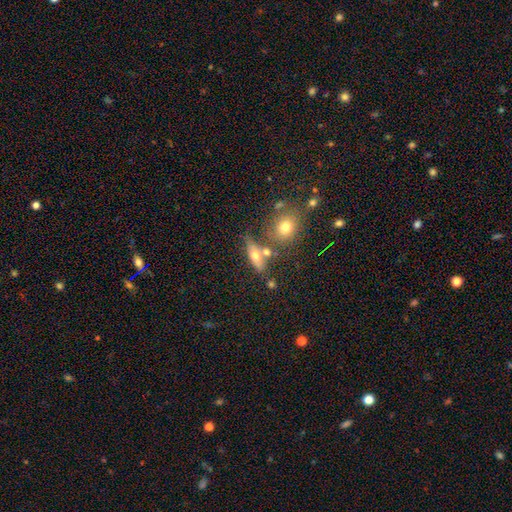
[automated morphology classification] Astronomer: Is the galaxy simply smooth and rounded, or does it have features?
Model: smooth — 60%.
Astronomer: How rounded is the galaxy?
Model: in between — 58%.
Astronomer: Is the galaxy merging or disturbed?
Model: none — 55%.